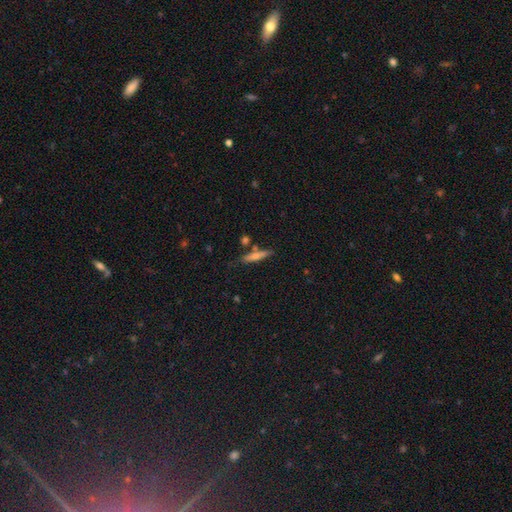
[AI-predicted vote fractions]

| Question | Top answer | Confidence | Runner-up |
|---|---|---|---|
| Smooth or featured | smooth | 60% | featured or disk (33%) |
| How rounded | cigar-shaped | 88% | in between (10%) |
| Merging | none | 75% | minor disturbance (13%) |